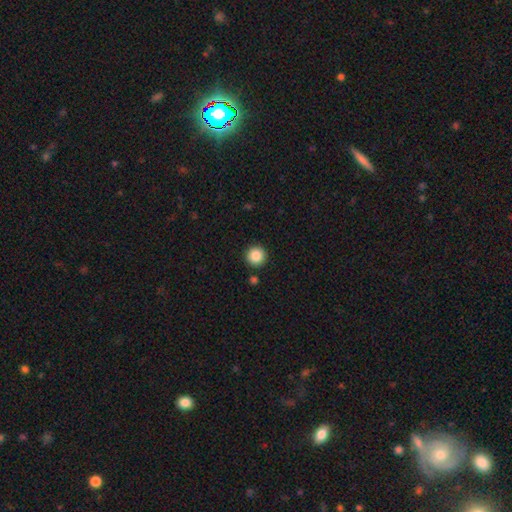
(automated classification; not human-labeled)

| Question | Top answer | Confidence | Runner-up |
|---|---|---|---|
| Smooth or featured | smooth | 87% | star or artifact (9%) |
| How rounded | round | 96% | in between (3%) |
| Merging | none | 91% | minor disturbance (5%) |